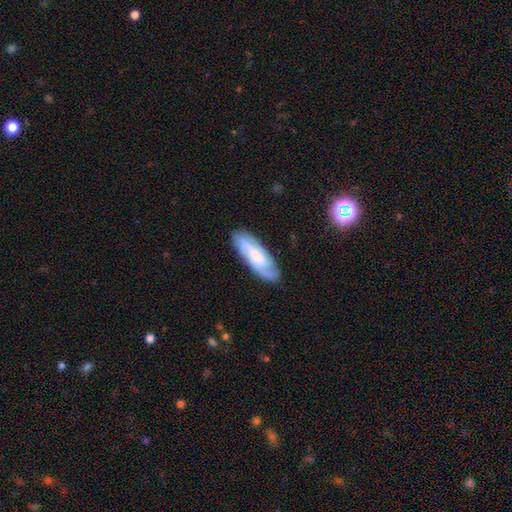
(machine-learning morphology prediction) Smooth or featured? featured or disk (64%)
Edge-on disk? no (86%)
Bar? no (54%)
Spiral arms? yes (92%)
Spiral winding? tight (46%)
Spiral arm count? 2 (39%)
Bulge size? small (39%)
Merging? none (82%)